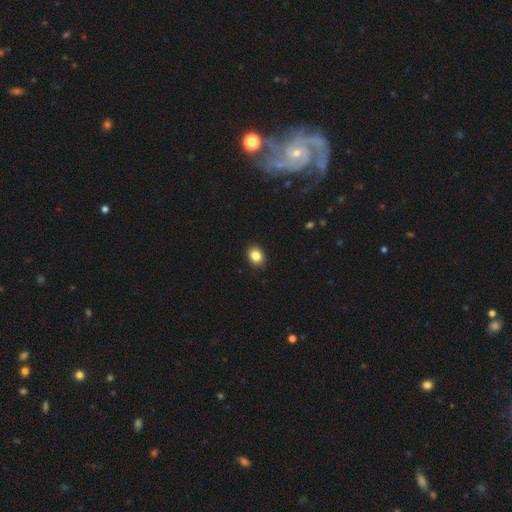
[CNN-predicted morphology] A smooth galaxy with no disk features (85%) that is round (53%). Merging: none (90%).